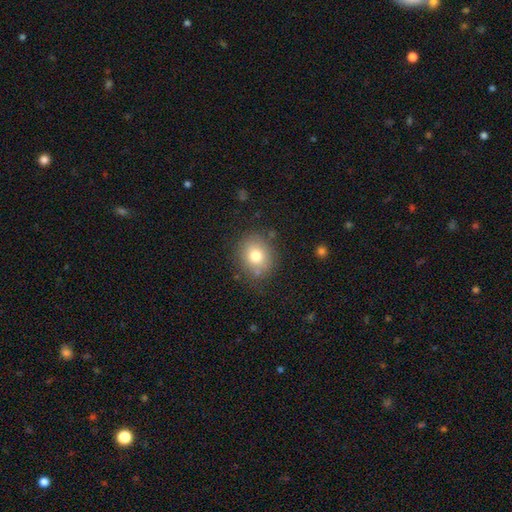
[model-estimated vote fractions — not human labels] A smooth galaxy with no disk features (76%) that is round (72%).

Vote fractions:
- Smooth or featured? smooth: 76% / featured or disk: 12% / star or artifact: 12%
- How rounded? round: 72% / in between: 27% / cigar-shaped: 1%
- Merging? none: 80% / minor disturbance: 13% / major disturbance: 4% / merger: 3%